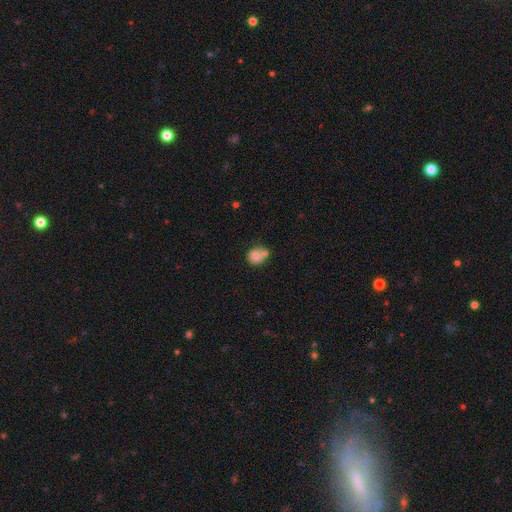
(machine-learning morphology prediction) The model was most divided on "merging": none: 42%, merger: 40%, minor disturbance: 13%, major disturbance: 4%. More confident: how rounded — round (74%); smooth or featured — smooth (72%).